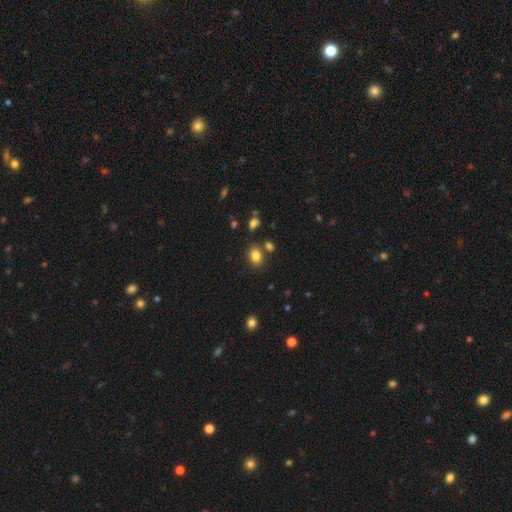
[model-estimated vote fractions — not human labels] Smooth or featured? smooth (82%)
How rounded? in between (57%)
Merging? none (76%)